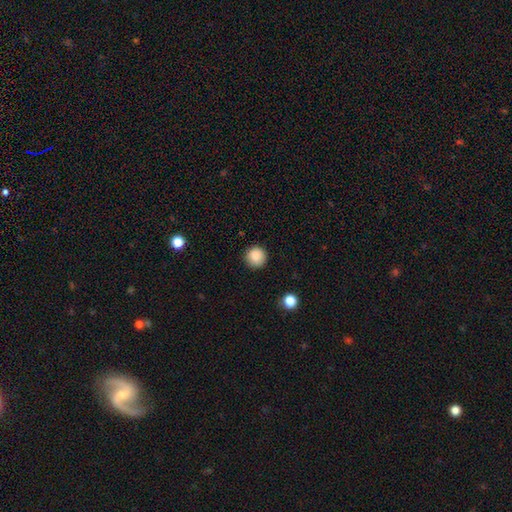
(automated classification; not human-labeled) The model was most divided on "smooth or featured": smooth: 87%, star or artifact: 10%, featured or disk: 3%. More confident: how rounded — round (96%); merging — none (90%).